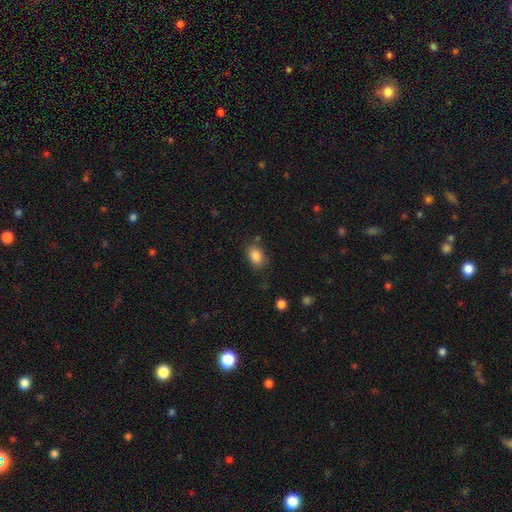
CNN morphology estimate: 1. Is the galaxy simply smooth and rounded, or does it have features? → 86% smooth, 9% star or artifact, 5% featured or disk.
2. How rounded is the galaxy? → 79% in between, 19% round, 1% cigar-shaped.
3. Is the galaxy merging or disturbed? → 74% none, 17% minor disturbance, 5% major disturbance, 4% merger.